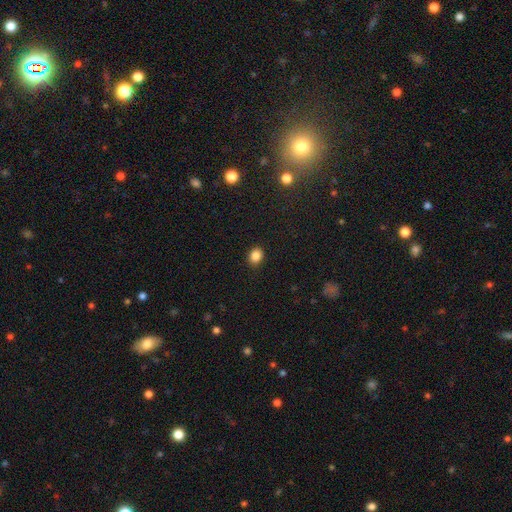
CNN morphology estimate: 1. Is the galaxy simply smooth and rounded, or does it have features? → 86% smooth, 10% star or artifact, 4% featured or disk.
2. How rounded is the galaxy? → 50% in between, 49% round, 1% cigar-shaped.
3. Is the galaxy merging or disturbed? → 89% none, 8% minor disturbance, 2% major disturbance, 1% merger.